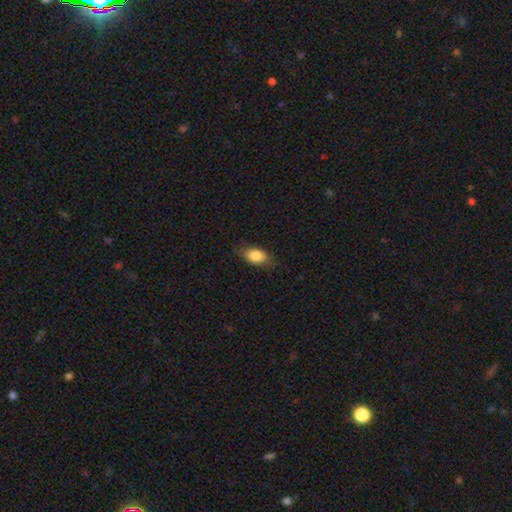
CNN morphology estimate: This is clearly a smooth galaxy (84%). How rounded: clearly in between (88%). Merging: likely none (80%).